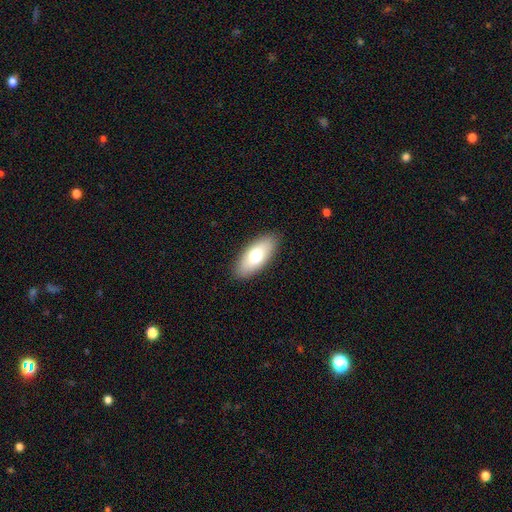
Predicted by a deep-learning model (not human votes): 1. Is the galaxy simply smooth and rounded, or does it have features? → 73% smooth, 21% featured or disk, 6% star or artifact.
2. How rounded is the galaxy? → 84% in between, 14% cigar-shaped, 2% round.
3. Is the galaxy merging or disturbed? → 89% none, 8% minor disturbance, 2% major disturbance, 1% merger.